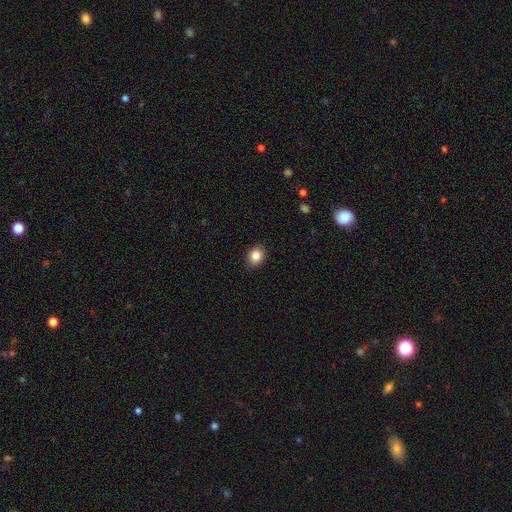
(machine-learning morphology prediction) smooth_or_featured: smooth (p=0.85) [alt: star or artifact p=0.10]
how_rounded: round (p=0.59) [alt: in between p=0.41]
merging: none (p=0.90) [alt: minor disturbance p=0.07]